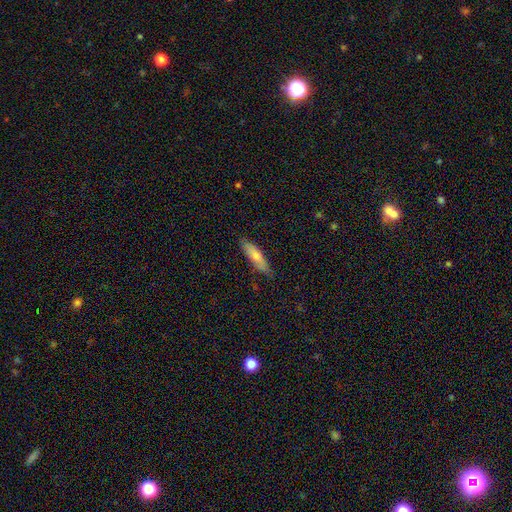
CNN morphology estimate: The model was most divided on "how rounded": cigar-shaped: 64%, in between: 35%, round: 2%. More confident: merging — none (80%); smooth or featured — smooth (74%).